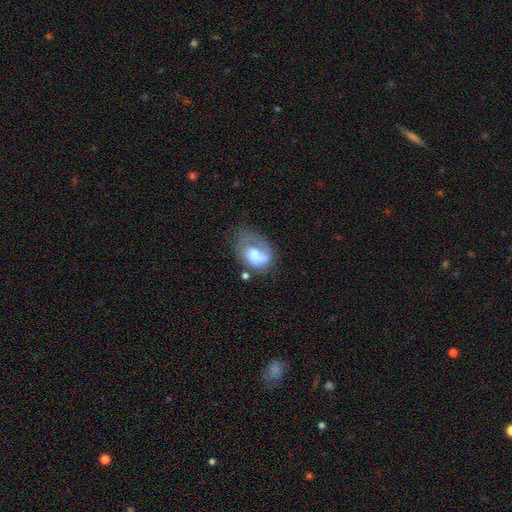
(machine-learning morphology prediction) Overall: featured or disk (48%; smooth 45%). Merging: none (35%, tied with major disturbance).